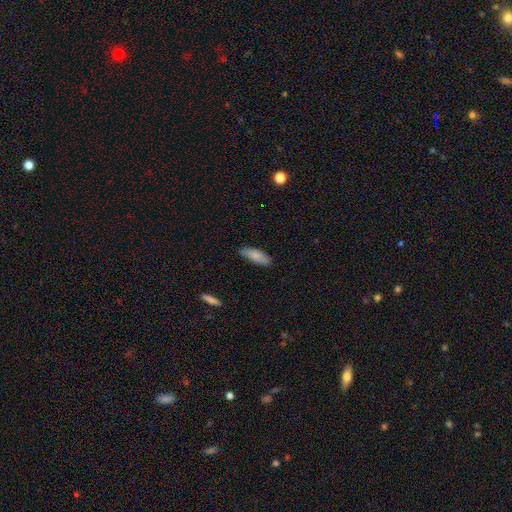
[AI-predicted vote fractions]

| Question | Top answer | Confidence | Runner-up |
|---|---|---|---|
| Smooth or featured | smooth | 83% | featured or disk (11%) |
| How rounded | in between | 63% | cigar-shaped (36%) |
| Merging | none | 78% | minor disturbance (18%) |